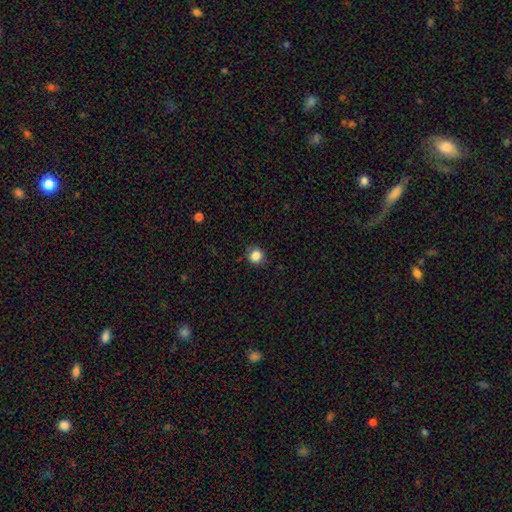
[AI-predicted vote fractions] A smooth galaxy with no disk features (85%) that is round (88%). Merging: none (84%).